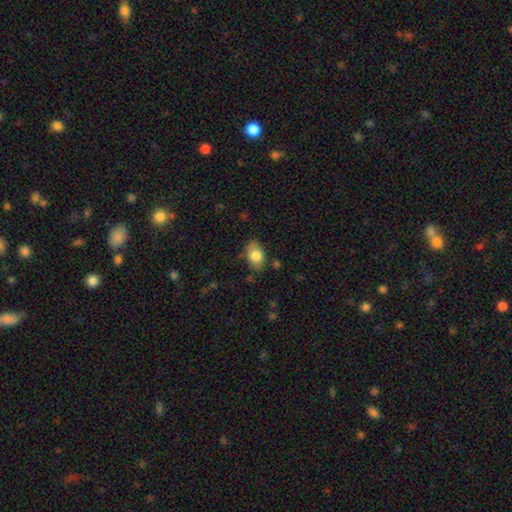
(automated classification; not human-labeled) This is clearly a smooth galaxy (81%). How rounded: clearly in between (82%). Merging: likely none (73%).